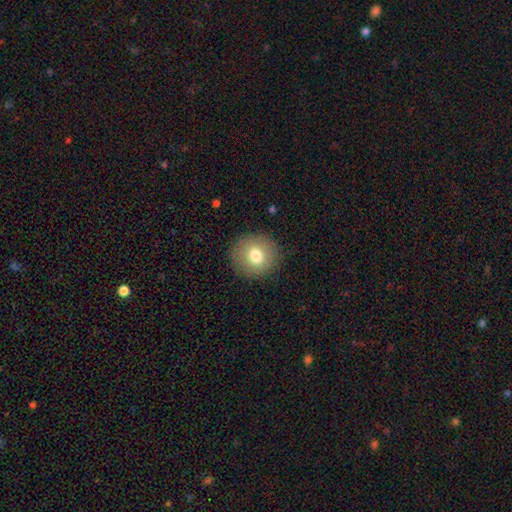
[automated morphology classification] Q: Smooth or featured?
A: smooth (77%); runner-up: featured or disk (14%)
Q: How rounded?
A: round (92%); runner-up: in between (7%)
Q: Merging?
A: none (89%); runner-up: minor disturbance (7%)